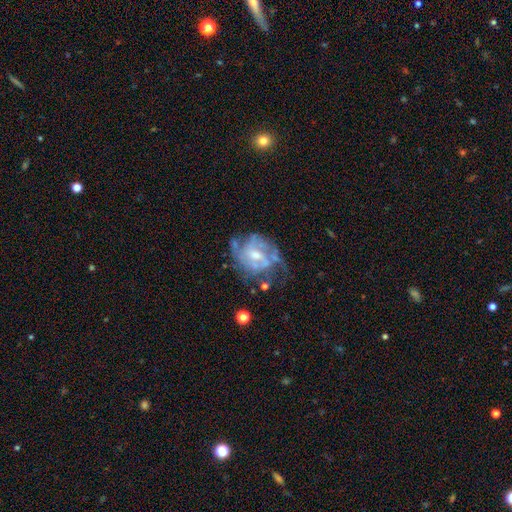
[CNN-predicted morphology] A featured or disk galaxy (80%) with a weak bar (49%), 2 (44%) medium (42%) spiral arms (82%) and a moderate central bulge (49%). Merging: none (47%).